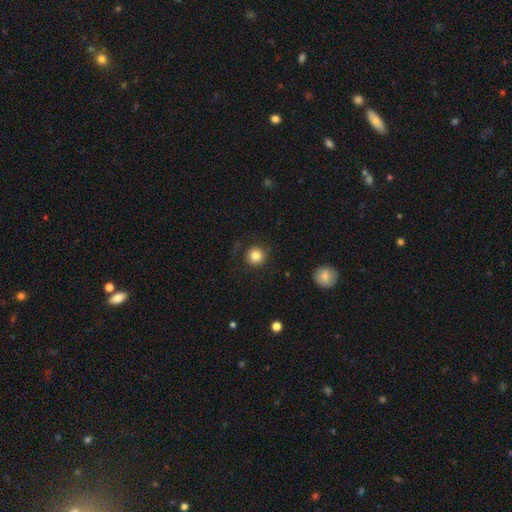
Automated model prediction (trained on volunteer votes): Overall: smooth (83%). How rounded: round (95%). Merging: none (89%).